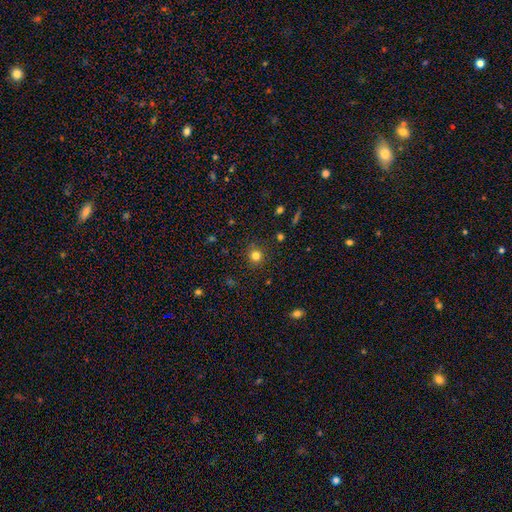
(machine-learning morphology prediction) The model was most divided on "smooth or featured": smooth: 80%, star or artifact: 15%, featured or disk: 6%. More confident: how rounded — round (93%); merging — none (89%).